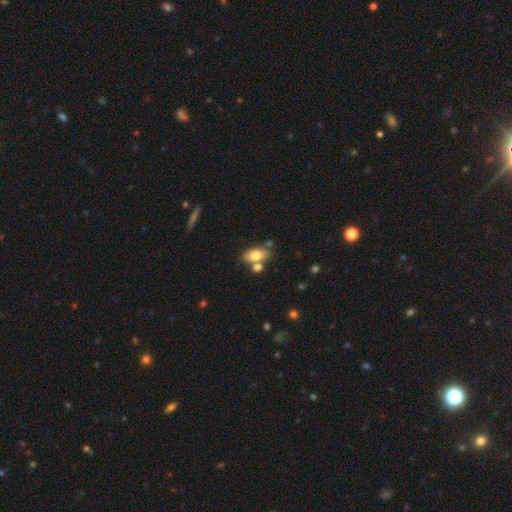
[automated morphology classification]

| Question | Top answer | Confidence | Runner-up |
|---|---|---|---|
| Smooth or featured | smooth | 75% | featured or disk (17%) |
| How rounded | in between | 86% | cigar-shaped (8%) |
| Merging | none | 62% | merger (21%) |